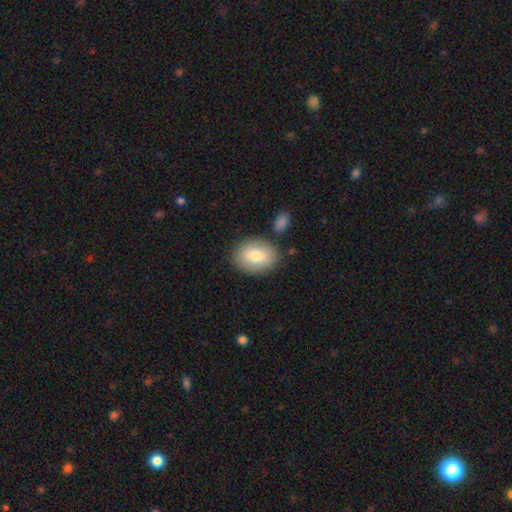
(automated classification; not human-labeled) This appears to be a smooth galaxy with no disk features (79%) that is in between round and cigar-shaped (71%). Merging: none (80%).